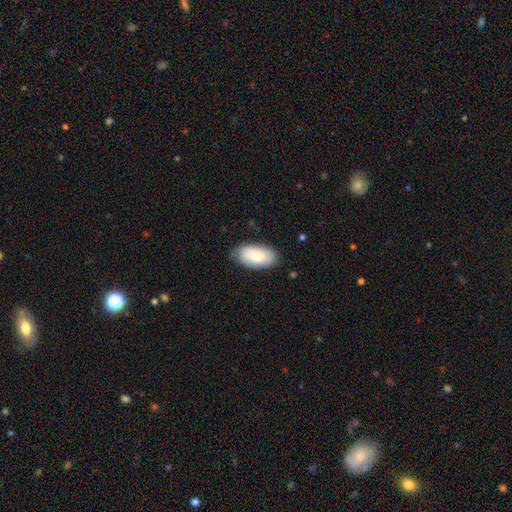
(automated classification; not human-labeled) Q: Smooth or featured?
A: smooth (84%); runner-up: featured or disk (11%)
Q: How rounded?
A: in between (95%); runner-up: cigar-shaped (3%)
Q: Merging?
A: none (77%); runner-up: minor disturbance (19%)